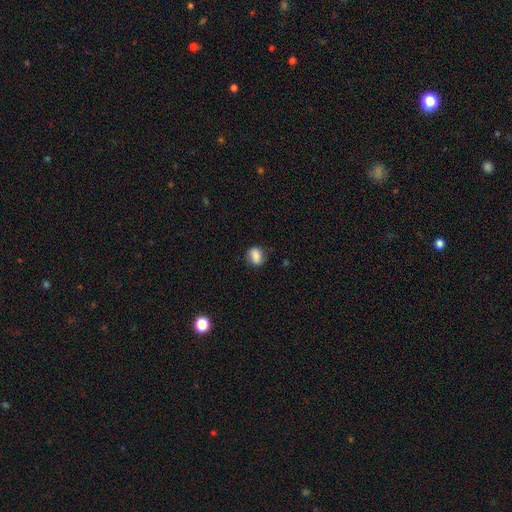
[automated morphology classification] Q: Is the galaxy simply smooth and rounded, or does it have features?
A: smooth — 82%.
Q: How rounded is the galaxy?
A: in between — 61%.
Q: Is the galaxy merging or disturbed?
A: none — 74%.